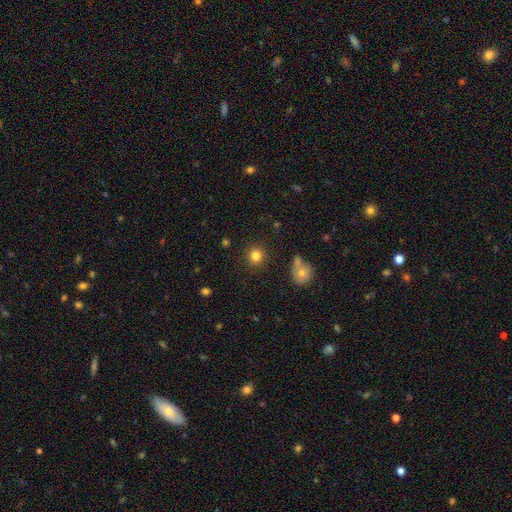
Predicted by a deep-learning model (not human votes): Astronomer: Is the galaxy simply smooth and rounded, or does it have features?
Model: smooth — 82%.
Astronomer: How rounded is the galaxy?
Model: round — 92%.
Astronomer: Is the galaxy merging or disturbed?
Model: none — 88%.